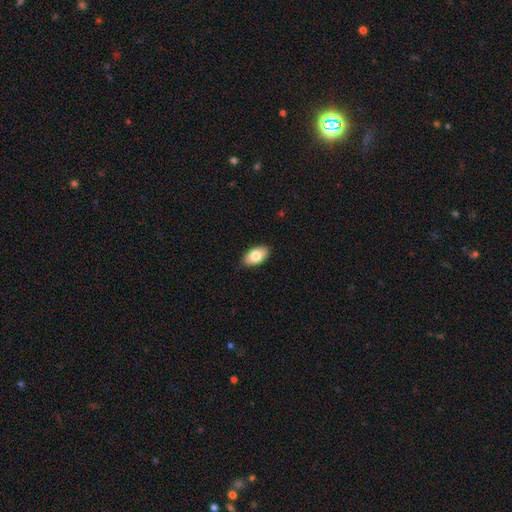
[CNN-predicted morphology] smooth-or-featured: smooth: 79% | featured or disk: 14% | star or artifact: 7%
  how-rounded: in between: 94% | round: 4% | cigar-shaped: 2%
  merging: none: 87% | minor disturbance: 10% | major disturbance: 2% | merger: 1%